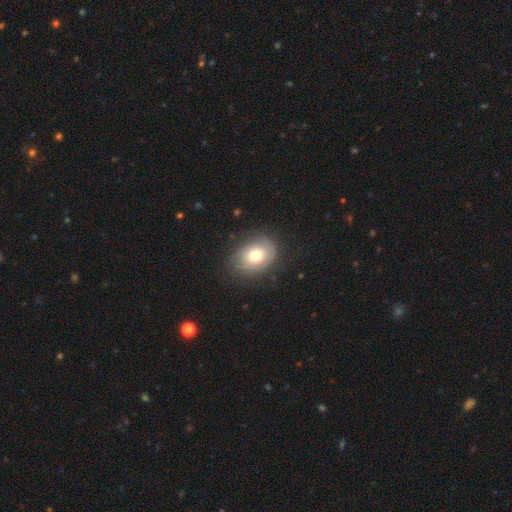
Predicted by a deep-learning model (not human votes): smooth 67%, featured or disk 24%, star or artifact 9%. Down the decision tree: how rounded — in between (65%); merging — none (75%).